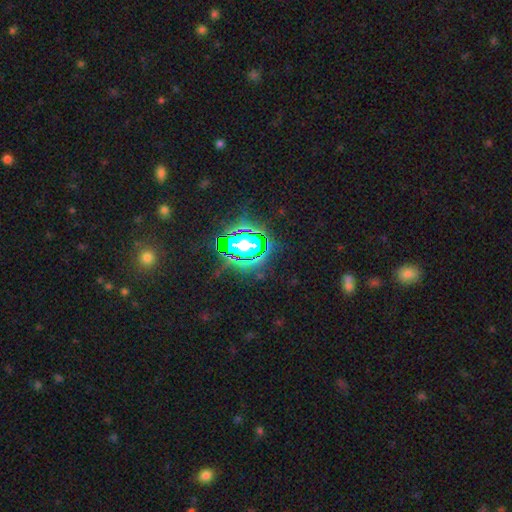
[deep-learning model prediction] Smooth or featured? star or artifact (81%)